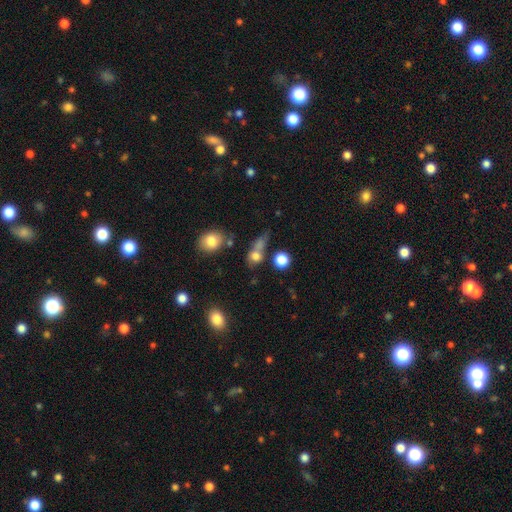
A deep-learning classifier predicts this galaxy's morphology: smooth_or_featured: smooth (p=0.73) [alt: star or artifact p=0.15]
how_rounded: round (p=0.58) [alt: in between p=0.36]
merging: none (p=0.43) [alt: merger p=0.31]